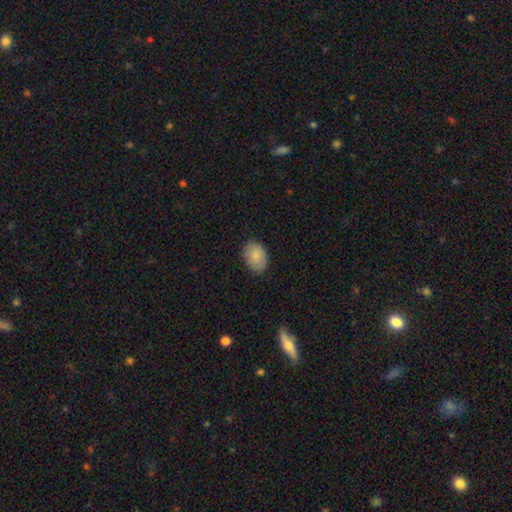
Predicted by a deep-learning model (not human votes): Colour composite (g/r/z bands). It shows a smooth galaxy with no disk features (86%) that is in between round and cigar-shaped (76%). Merging: none (83%).